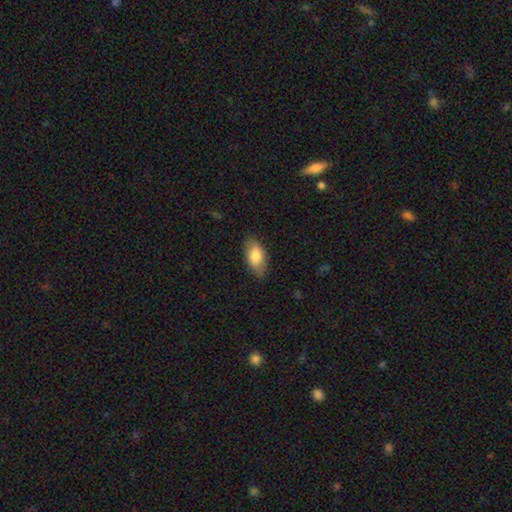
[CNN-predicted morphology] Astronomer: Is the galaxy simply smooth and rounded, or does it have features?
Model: smooth — 80%.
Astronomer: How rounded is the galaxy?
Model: in between — 92%.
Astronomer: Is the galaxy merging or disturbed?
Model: none — 80%.